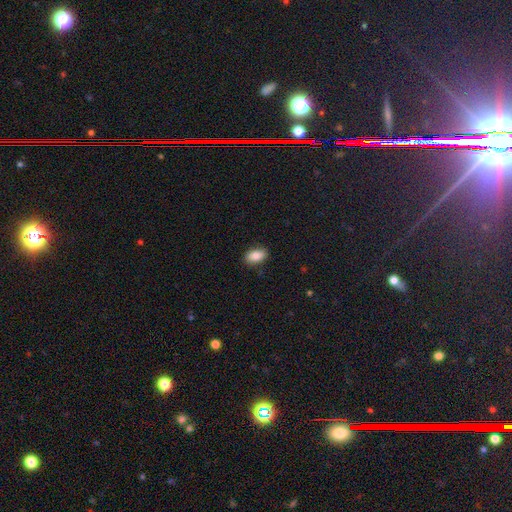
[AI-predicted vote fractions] A smooth galaxy with no disk features (85%) that is in between round and cigar-shaped (92%).

Vote fractions:
- Smooth or featured? smooth: 85% / featured or disk: 8% / star or artifact: 7%
- How rounded? in between: 92% / round: 5% / cigar-shaped: 3%
- Merging? none: 87% / minor disturbance: 10% / major disturbance: 2% / merger: 1%